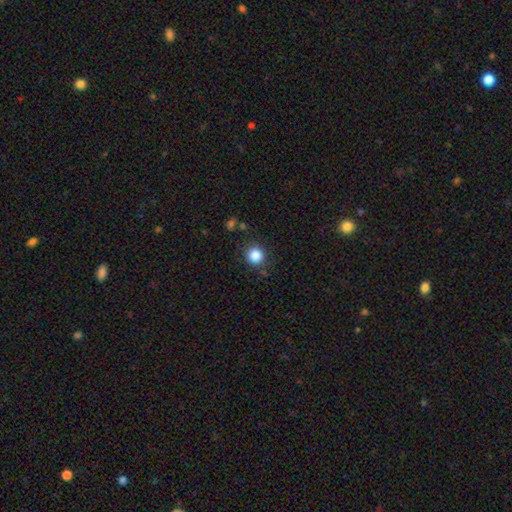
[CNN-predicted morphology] Q: Smooth or featured?
A: smooth (84%); runner-up: star or artifact (11%)
Q: How rounded?
A: round (92%); runner-up: in between (7%)
Q: Merging?
A: none (86%); runner-up: minor disturbance (9%)